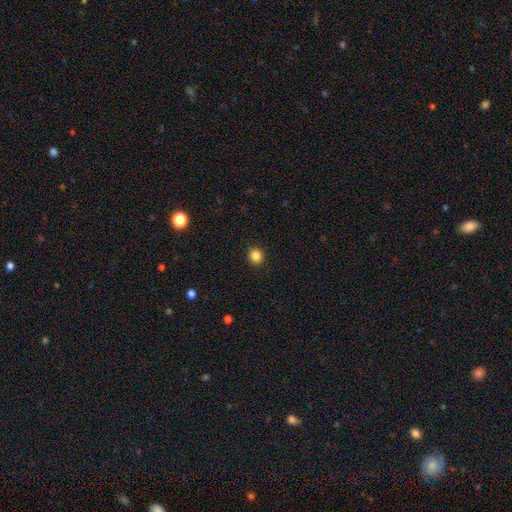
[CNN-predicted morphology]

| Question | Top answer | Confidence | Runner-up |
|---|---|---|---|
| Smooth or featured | smooth | 86% | star or artifact (11%) |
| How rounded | round | 84% | in between (15%) |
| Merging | none | 91% | minor disturbance (6%) |